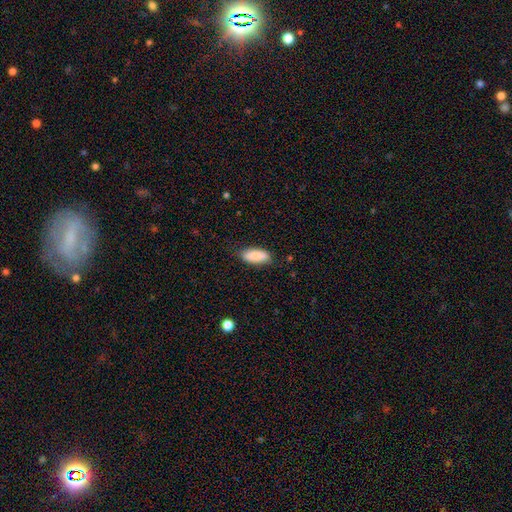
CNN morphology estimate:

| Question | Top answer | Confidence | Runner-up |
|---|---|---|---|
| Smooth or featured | smooth | 85% | featured or disk (9%) |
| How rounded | in between | 85% | cigar-shaped (13%) |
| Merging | none | 78% | minor disturbance (17%) |